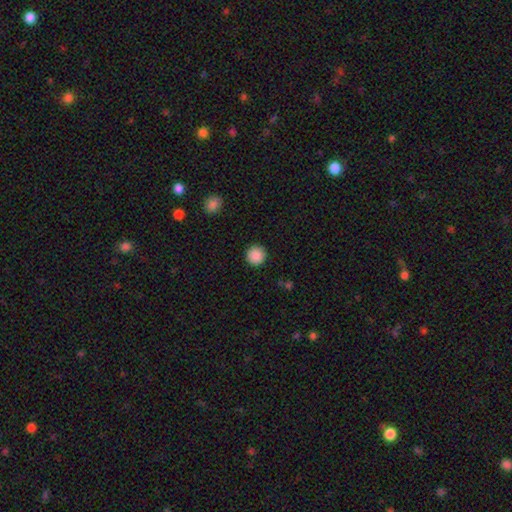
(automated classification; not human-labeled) Q: Smooth or featured?
A: smooth (89%); runner-up: star or artifact (9%)
Q: How rounded?
A: round (95%); runner-up: in between (4%)
Q: Merging?
A: none (92%); runner-up: minor disturbance (5%)